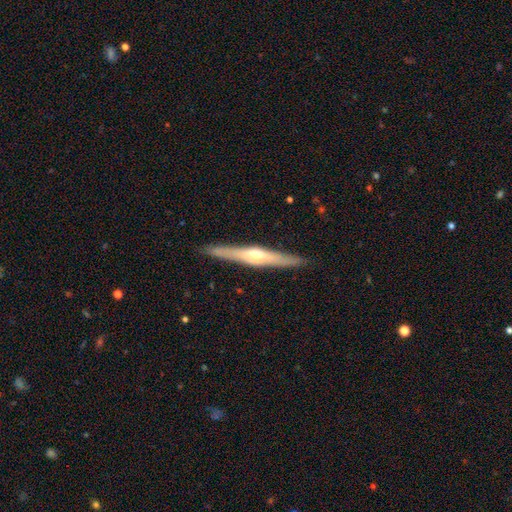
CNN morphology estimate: smooth-or-featured: featured or disk: 70% | smooth: 25% | star or artifact: 5%
  disk-edge-on: yes: 97% | no: 3%
    edge-on-bulge: rounded: 82% | none: 10% | boxy: 8%
  merging: none: 90% | minor disturbance: 7% | major disturbance: 1% | merger: 1%